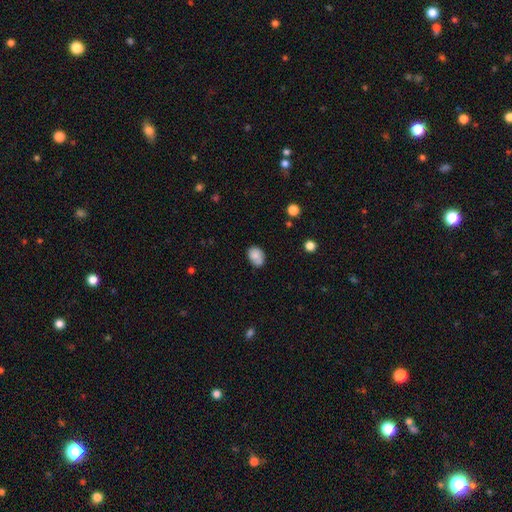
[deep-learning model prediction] Smooth or featured?
  - smooth: 82% *
  - featured or disk: 9%
  - star or artifact: 9%
How rounded?
  - in between: 71% *
  - round: 28%
  - cigar-shaped: 1%
Merging?
  - none: 64% *
  - minor disturbance: 25%
  - merger: 6%
  - major disturbance: 5%